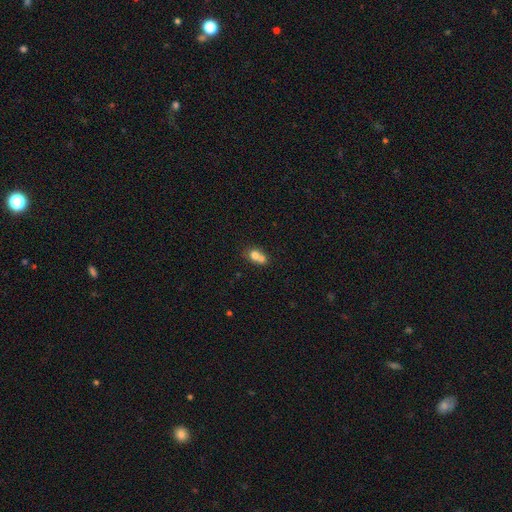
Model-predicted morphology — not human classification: smooth 70%, featured or disk 19%, star or artifact 11%. Down the decision tree: how rounded — round (61%); merging — merger (65%).